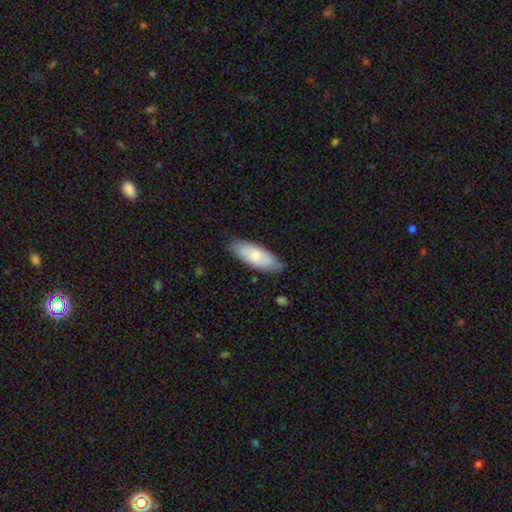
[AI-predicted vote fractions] The model was most divided on "how rounded": in between: 75%, cigar-shaped: 24%, round: 2%. More confident: merging — none (80%); smooth or featured — smooth (77%).